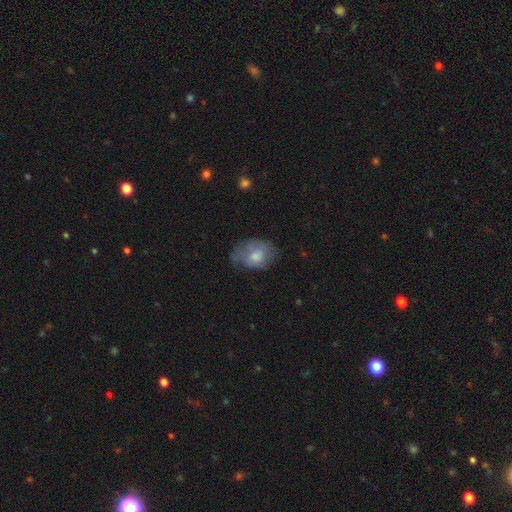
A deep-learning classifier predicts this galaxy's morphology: type=smooth (67%); roundness=in between (73%); merging=none (43%).